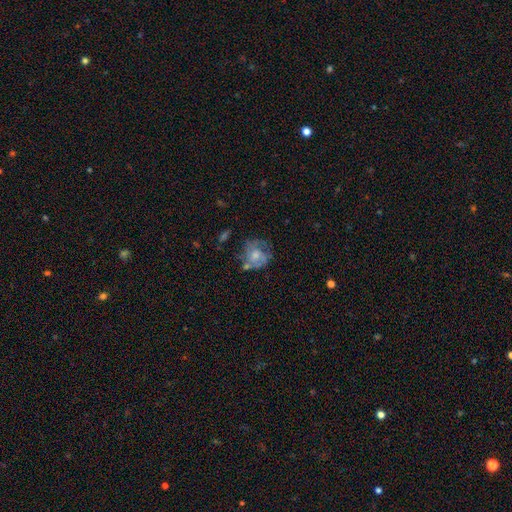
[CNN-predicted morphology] This appears to be a featured or disk galaxy (57%) with no bar (78%), spiral arms (65%) and a moderate central bulge (52%). Merging: none (47%).